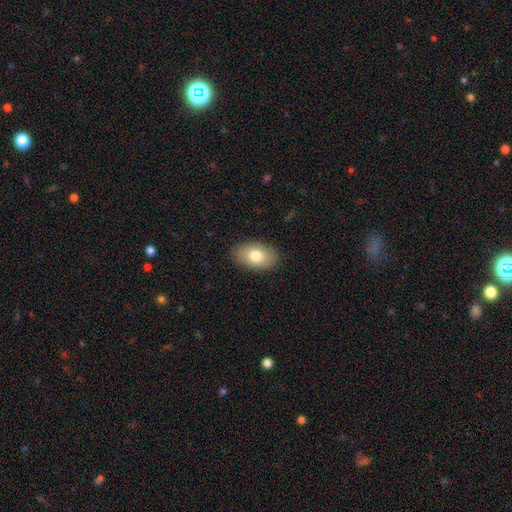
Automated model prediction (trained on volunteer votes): A smooth galaxy with no disk features (78%) that is in between round and cigar-shaped (92%).

Vote fractions:
- Smooth or featured? smooth: 78% / featured or disk: 15% / star or artifact: 7%
- How rounded? in between: 92% / round: 7% / cigar-shaped: 1%
- Merging? none: 88% / minor disturbance: 9% / major disturbance: 2% / merger: 1%